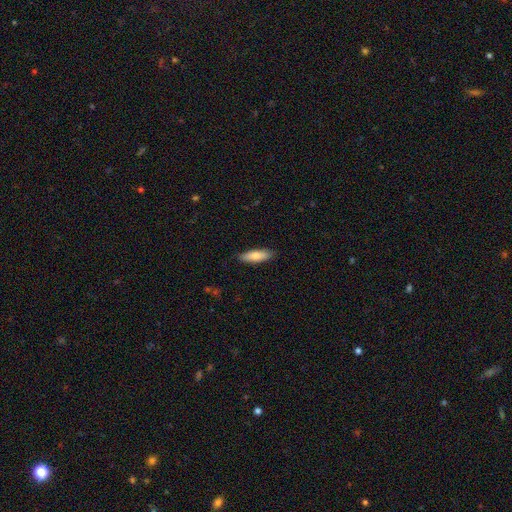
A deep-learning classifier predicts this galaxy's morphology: This is likely a smooth galaxy (77%). How rounded: possibly cigar-shaped (53%). Merging: clearly none (88%).